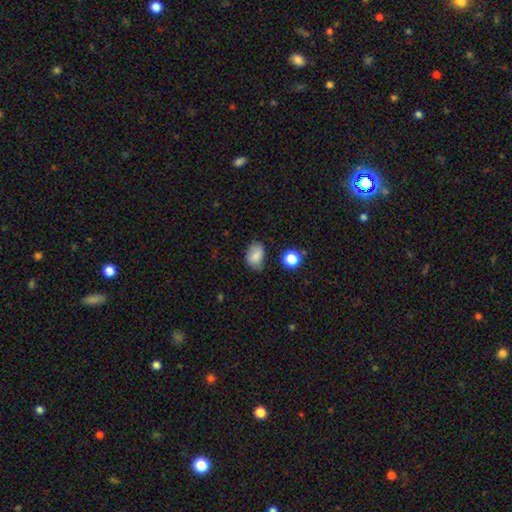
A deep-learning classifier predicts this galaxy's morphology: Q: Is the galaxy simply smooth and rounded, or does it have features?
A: smooth — 82%.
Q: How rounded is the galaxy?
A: in between — 78%.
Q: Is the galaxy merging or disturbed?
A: none — 64%.